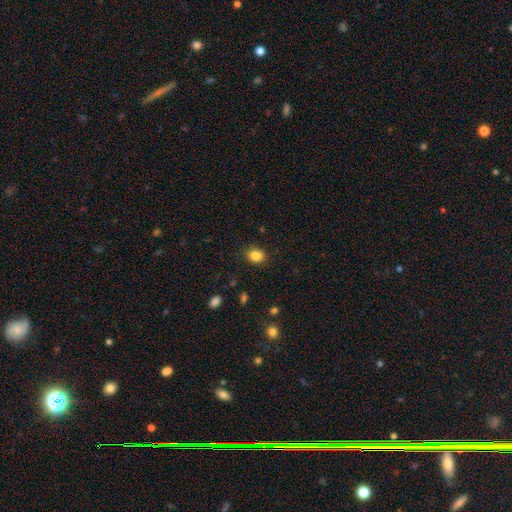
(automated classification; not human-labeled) A smooth galaxy with no disk features (85%) that is in between round and cigar-shaped (52%).

Vote fractions:
- Smooth or featured? smooth: 85% / star or artifact: 10% / featured or disk: 5%
- How rounded? in between: 52% / round: 47% / cigar-shaped: 1%
- Merging? none: 87% / minor disturbance: 9% / major disturbance: 3% / merger: 1%